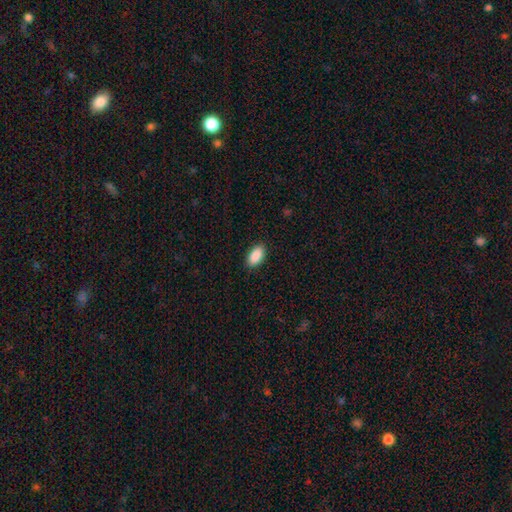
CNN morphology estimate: smooth-or-featured: smooth: 90% | star or artifact: 7% | featured or disk: 3%
  how-rounded: in between: 94% | round: 3% | cigar-shaped: 3%
  merging: none: 90% | minor disturbance: 8% | major disturbance: 2% | merger: 1%